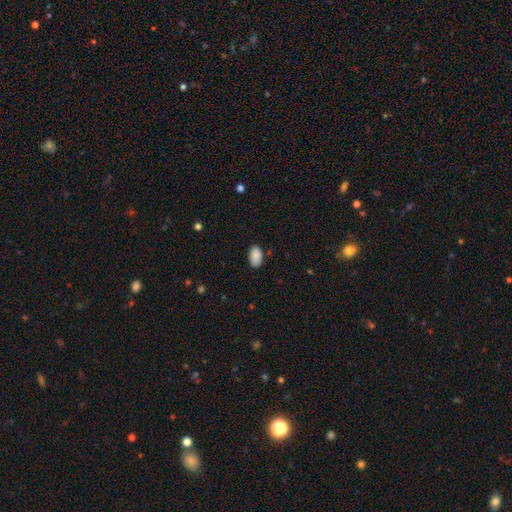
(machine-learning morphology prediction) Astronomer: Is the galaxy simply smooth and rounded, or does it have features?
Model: smooth — 89%.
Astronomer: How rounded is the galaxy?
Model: in between — 94%.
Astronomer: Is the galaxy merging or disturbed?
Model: none — 84%.